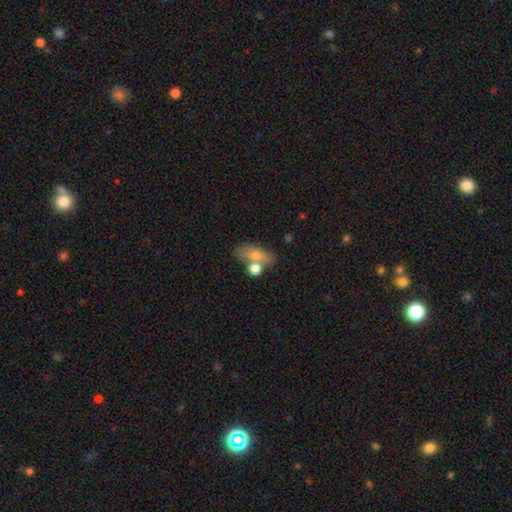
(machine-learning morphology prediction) smooth 68%, featured or disk 23%, star or artifact 9%. Down the decision tree: how rounded — in between (77%); merging — none (50%).